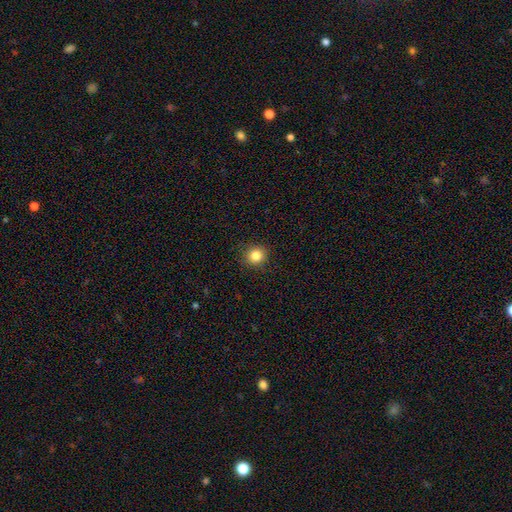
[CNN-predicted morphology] Smooth or featured? smooth (84%)
How rounded? round (90%)
Merging? none (91%)